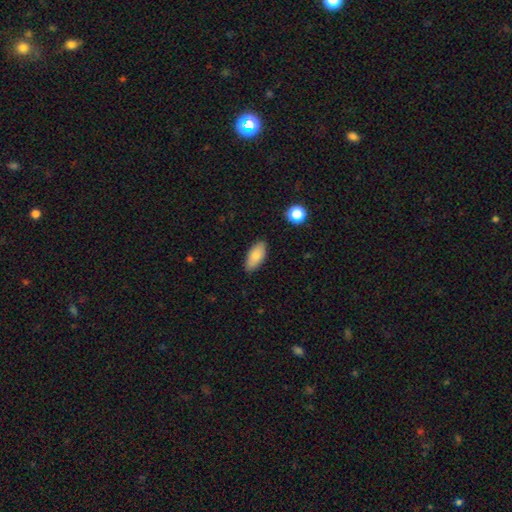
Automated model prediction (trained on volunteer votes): Overall: smooth (83%). How rounded: in between (89%). Merging: none (85%).